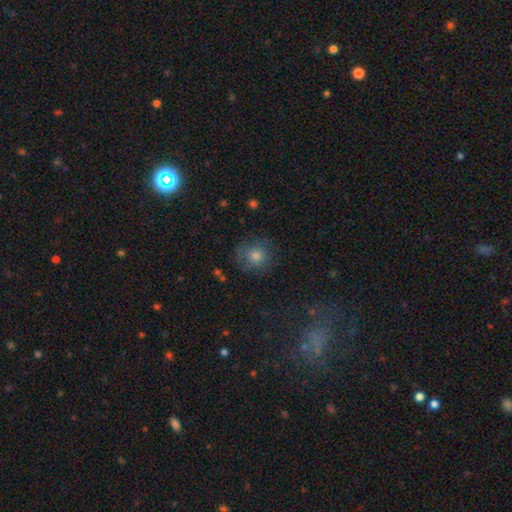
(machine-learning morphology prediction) Overall: smooth (61%). How rounded: round (89%). Merging: none (77%).